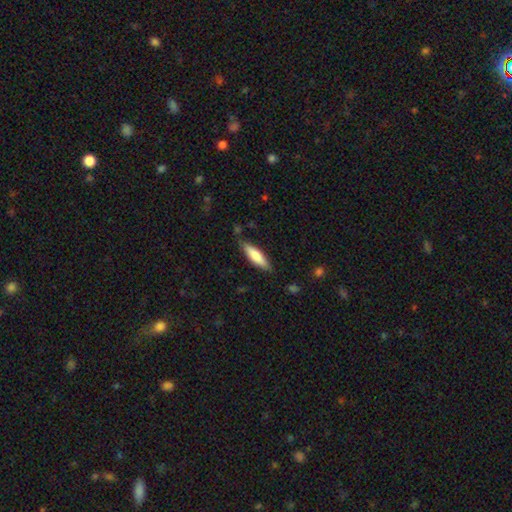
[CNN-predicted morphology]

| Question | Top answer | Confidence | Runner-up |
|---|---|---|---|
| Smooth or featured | smooth | 72% | featured or disk (22%) |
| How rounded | cigar-shaped | 63% | in between (36%) |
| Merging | none | 81% | minor disturbance (14%) |